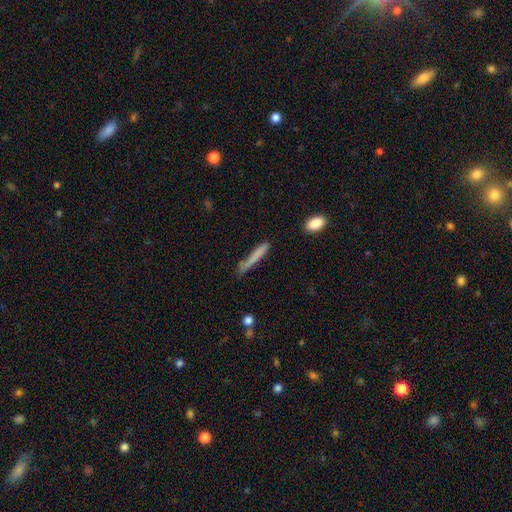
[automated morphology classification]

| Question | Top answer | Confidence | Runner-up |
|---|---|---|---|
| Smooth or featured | smooth | 73% | featured or disk (20%) |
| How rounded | cigar-shaped | 95% | in between (4%) |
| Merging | none | 68% | minor disturbance (21%) |